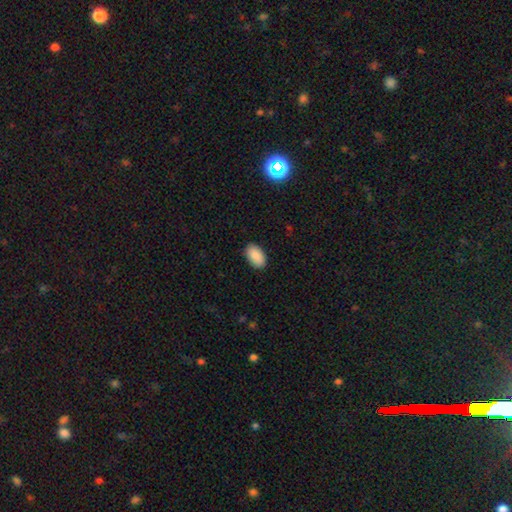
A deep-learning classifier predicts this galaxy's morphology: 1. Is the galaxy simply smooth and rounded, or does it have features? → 90% smooth, 6% star or artifact, 4% featured or disk.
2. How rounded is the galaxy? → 94% in between, 4% round, 1% cigar-shaped.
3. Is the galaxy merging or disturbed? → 89% none, 8% minor disturbance, 2% major disturbance, 1% merger.